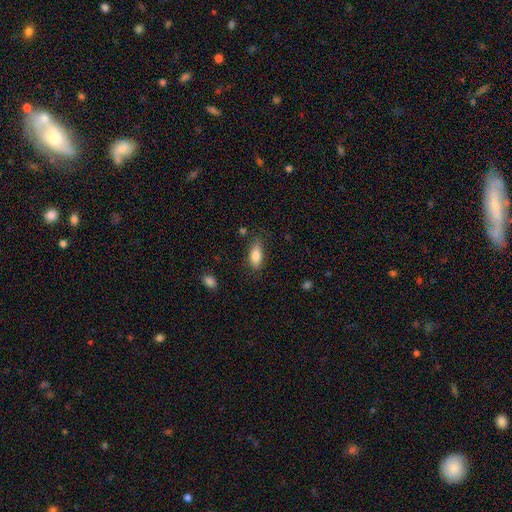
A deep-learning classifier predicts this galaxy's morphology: The model was most divided on "merging": none: 76%, minor disturbance: 18%, major disturbance: 4%, merger: 2%. More confident: how rounded — in between (83%); smooth or featured — smooth (82%).